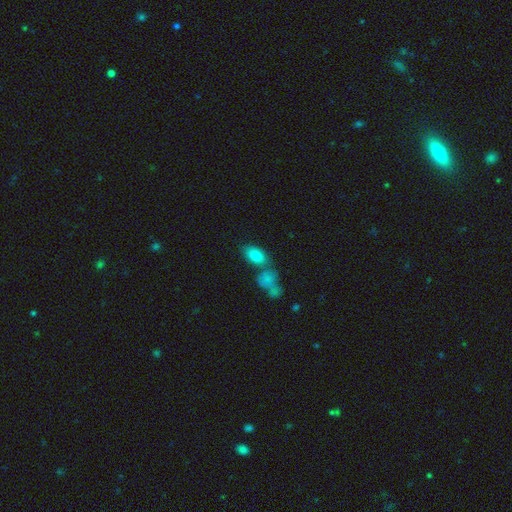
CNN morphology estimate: This is clearly a smooth galaxy (83%). How rounded: clearly in between (91%). Merging: possibly none (47%).